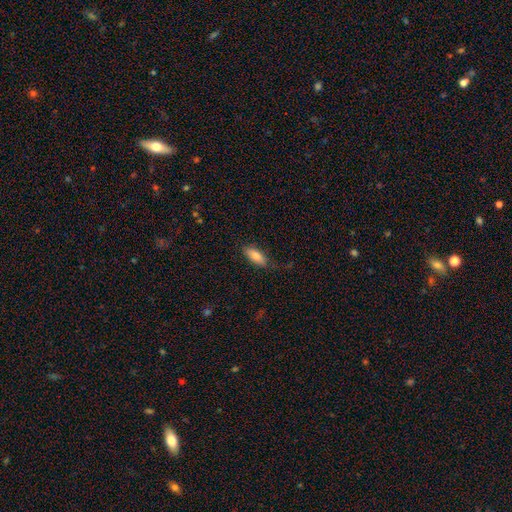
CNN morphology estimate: Smooth or featured?
  - smooth: 81% *
  - featured or disk: 12%
  - star or artifact: 7%
How rounded?
  - in between: 78% *
  - cigar-shaped: 20%
  - round: 2%
Merging?
  - none: 77% *
  - minor disturbance: 17%
  - major disturbance: 4%
  - merger: 1%